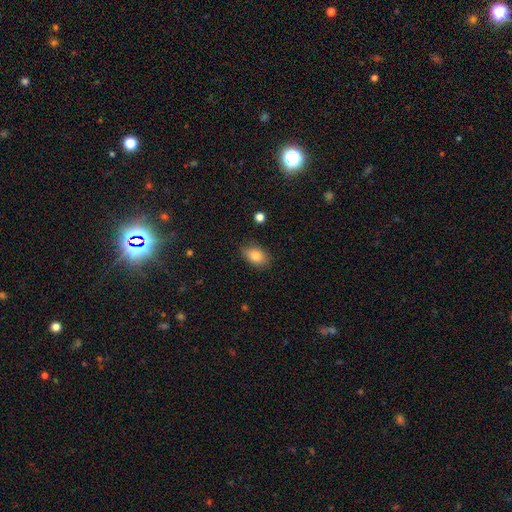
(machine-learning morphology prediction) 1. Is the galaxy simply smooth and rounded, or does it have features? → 82% smooth, 10% featured or disk, 8% star or artifact.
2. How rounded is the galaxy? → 84% in between, 14% round, 2% cigar-shaped.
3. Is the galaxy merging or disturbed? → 80% none, 16% minor disturbance, 3% major disturbance, 1% merger.